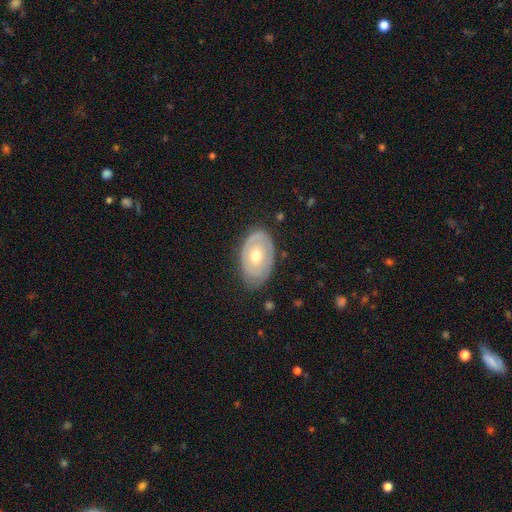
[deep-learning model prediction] A featured or disk galaxy (58%) with no bar (88%), no spiral arms (66%) and a moderate central bulge (72%). Merging: none (74%).